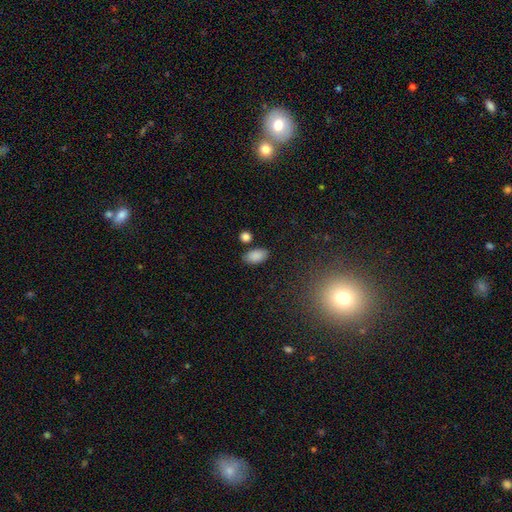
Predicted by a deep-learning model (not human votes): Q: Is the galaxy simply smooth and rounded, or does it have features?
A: smooth — 87%.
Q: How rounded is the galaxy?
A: in between — 92%.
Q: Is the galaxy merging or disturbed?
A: none — 78%.